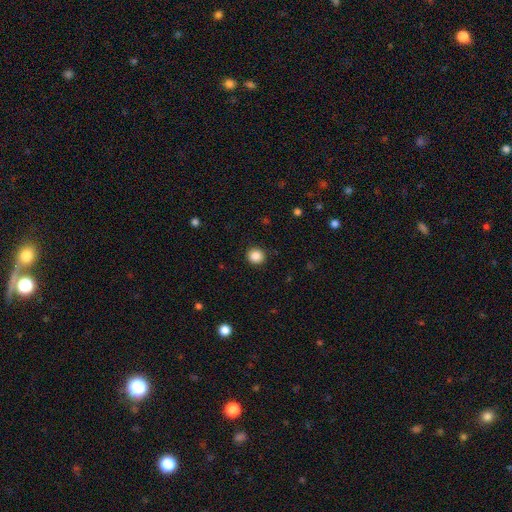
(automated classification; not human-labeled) Smooth or featured: smooth — 87% (star or artifact — 10%)
How rounded: round — 90% (in between — 9%)
Merging: none — 91% (minor disturbance — 6%)